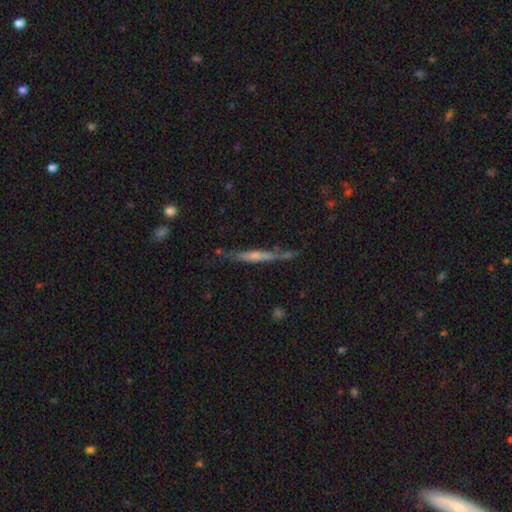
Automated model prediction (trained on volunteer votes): A featured or disk galaxy (64%) viewed edge-on (93%) with a rounded central bulge (48%).

Vote fractions:
- Smooth or featured? featured or disk: 64% / smooth: 28% / star or artifact: 8%
- Edge-on disk? yes: 93% / no: 7%
- Edge-on bulge? rounded: 48% / none: 40% / boxy: 13%
- Merging? none: 71% / minor disturbance: 19% / merger: 6% / major disturbance: 5%